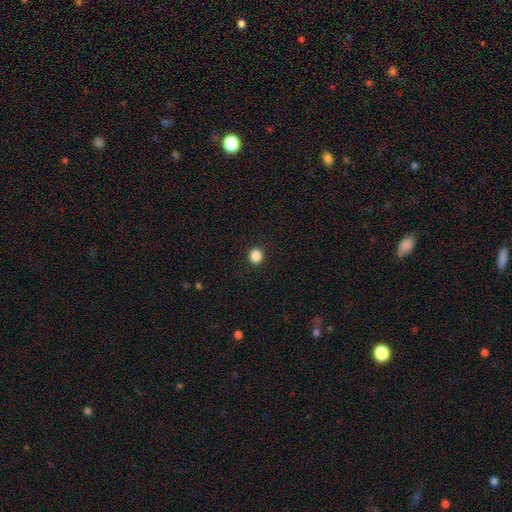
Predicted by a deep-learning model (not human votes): smooth 87%, star or artifact 10%, featured or disk 3%. Down the decision tree: how rounded — round (79%); merging — none (92%).